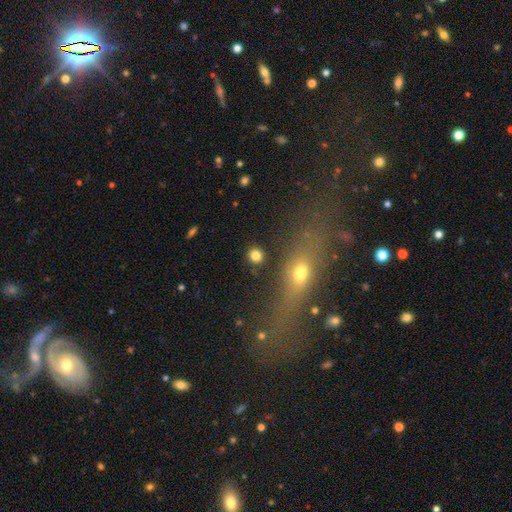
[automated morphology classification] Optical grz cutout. It shows a smooth galaxy with no disk features (82%) that is round (88%). Merging: none (85%).